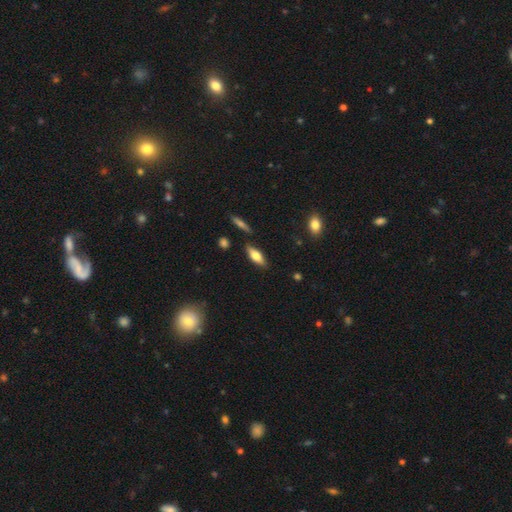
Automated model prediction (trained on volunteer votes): A smooth galaxy with no disk features (64%) that is in between round and cigar-shaped (63%). Merging: none (82%).